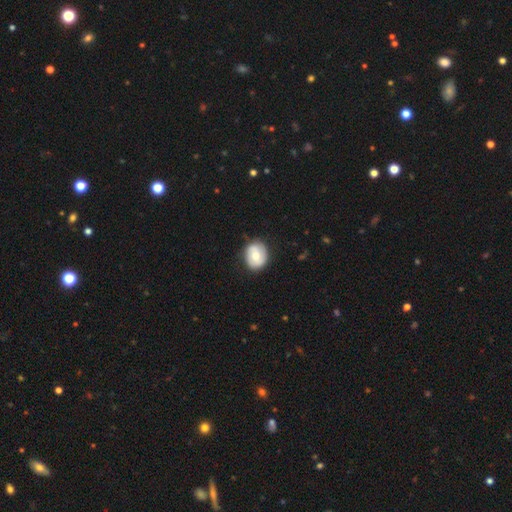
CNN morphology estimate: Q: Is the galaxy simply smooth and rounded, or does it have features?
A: smooth — 55%.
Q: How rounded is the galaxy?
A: round — 60%.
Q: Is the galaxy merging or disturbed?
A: none — 81%.